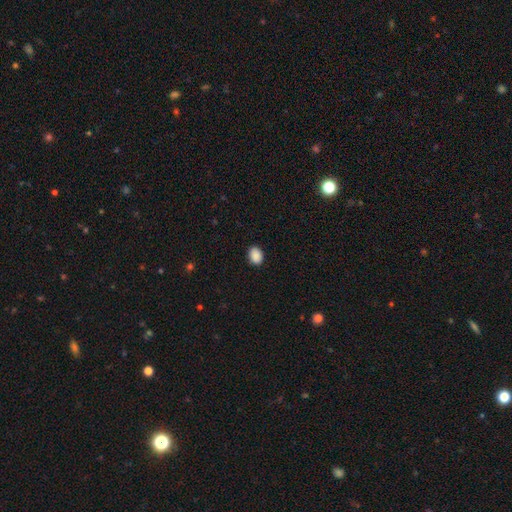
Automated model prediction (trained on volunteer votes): This is clearly a smooth galaxy (90%). How rounded: likely in between (69%). Merging: clearly none (89%).